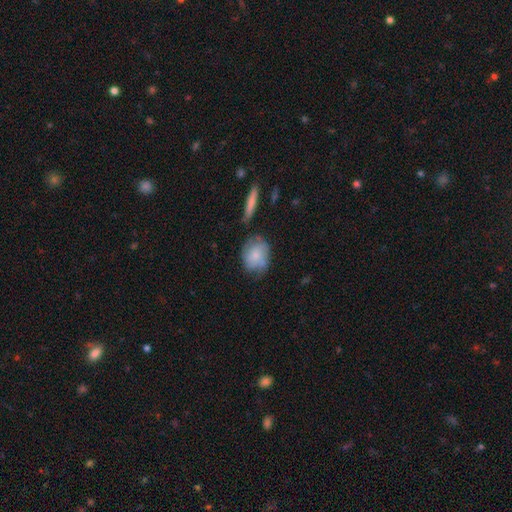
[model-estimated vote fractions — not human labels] Smooth or featured? smooth (61%)
How rounded? in between (52%)
Merging? none (54%)